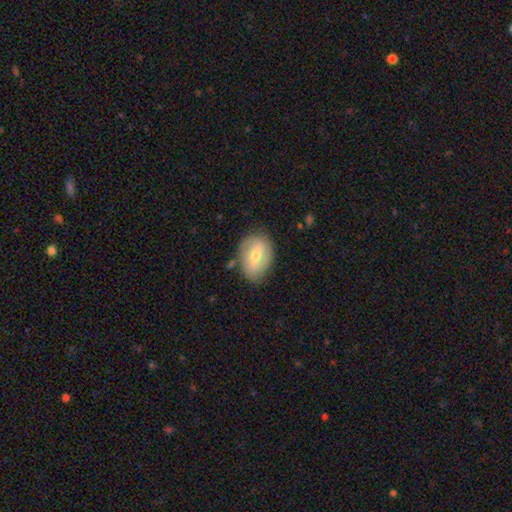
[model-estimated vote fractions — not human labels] Q: Smooth or featured?
A: featured or disk (49%); runner-up: smooth (44%)
Q: Merging?
A: none (76%); runner-up: minor disturbance (17%)